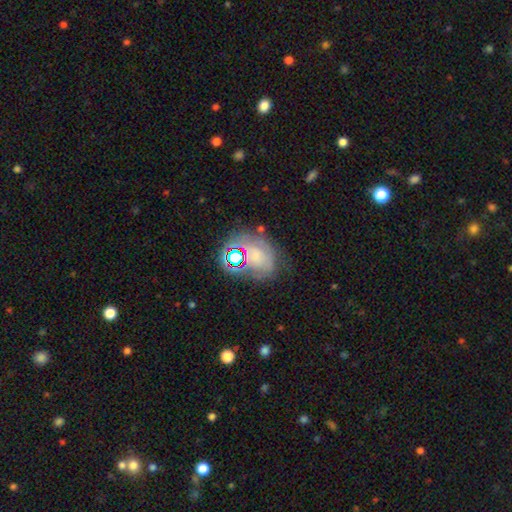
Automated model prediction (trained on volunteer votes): smooth_or_featured: smooth (p=0.40) [alt: featured or disk p=0.36]
merging: none (p=0.52) [alt: minor disturbance p=0.23]